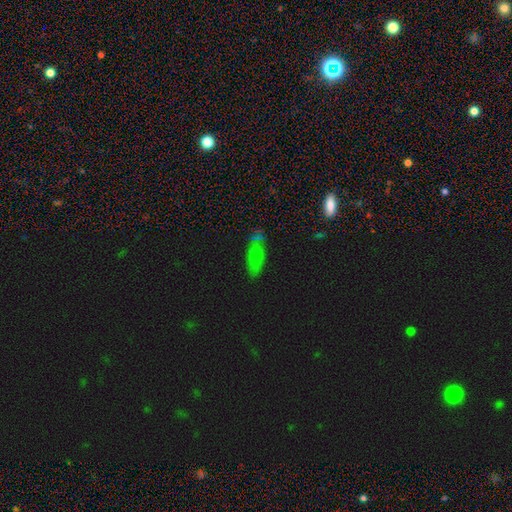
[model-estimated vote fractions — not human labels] Q: Smooth or featured?
A: smooth (61%); runner-up: star or artifact (21%)
Q: How rounded?
A: in between (75%); runner-up: cigar-shaped (18%)
Q: Merging?
A: none (69%); runner-up: minor disturbance (18%)